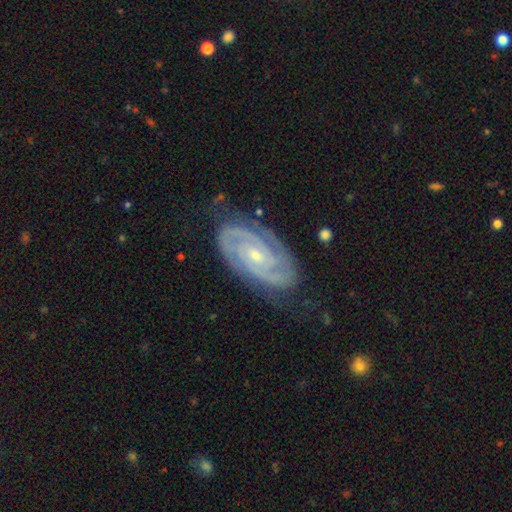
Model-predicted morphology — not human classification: This is clearly a featured or disk galaxy (92%). It is clearly not viewed edge-on (97%). Bar: possibly no (58%). Spiral arm pattern: clearly yes (99%). Spiral arm count: likely 2 (74%). Spiral winding: likely tight (73%). Central bulge: likely small (67%). Merging: likely none (77%).